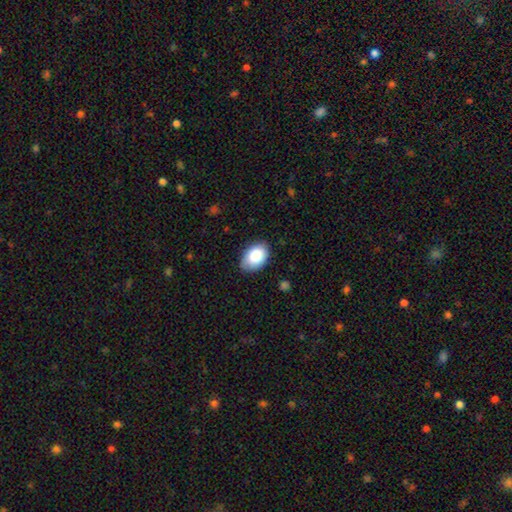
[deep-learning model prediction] Smooth or featured?
  - smooth: 87% *
  - star or artifact: 7%
  - featured or disk: 6%
How rounded?
  - in between: 88% *
  - round: 11%
  - cigar-shaped: 1%
Merging?
  - none: 80% *
  - minor disturbance: 16%
  - major disturbance: 3%
  - merger: 1%